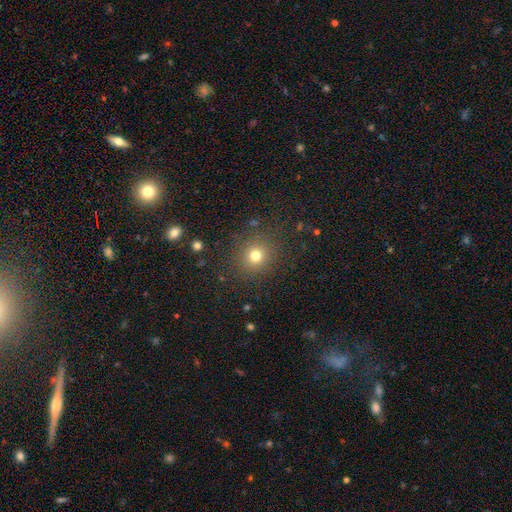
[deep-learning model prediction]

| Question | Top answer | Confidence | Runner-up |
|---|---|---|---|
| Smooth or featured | smooth | 75% | star or artifact (17%) |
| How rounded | round | 87% | in between (12%) |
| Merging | none | 86% | minor disturbance (8%) |